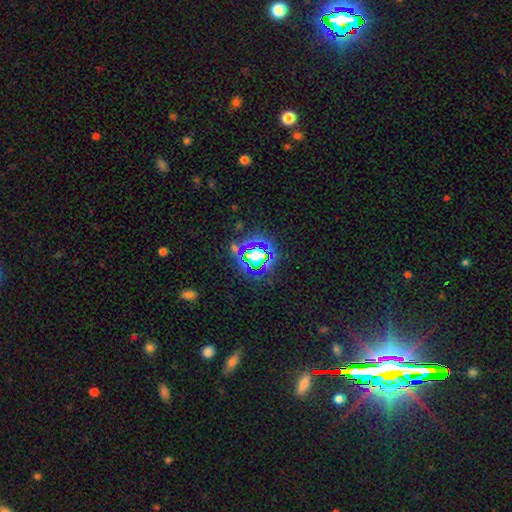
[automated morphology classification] star or artifact 61%, smooth 27%, featured or disk 13%.